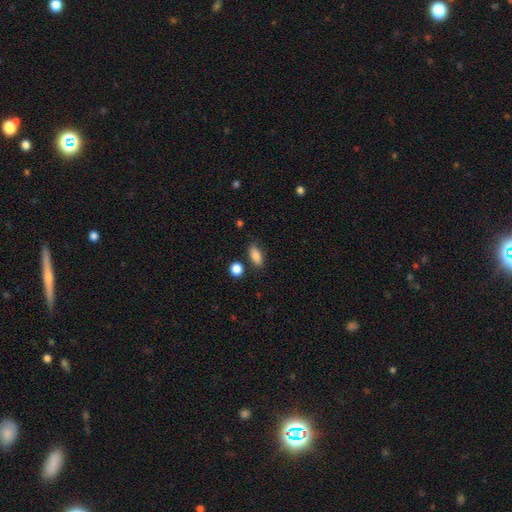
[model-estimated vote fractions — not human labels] A smooth galaxy with no disk features (85%) that is in between round and cigar-shaped (82%).

Vote fractions:
- Smooth or featured? smooth: 85% / star or artifact: 8% / featured or disk: 7%
- How rounded? in between: 82% / cigar-shaped: 11% / round: 6%
- Merging? none: 80% / minor disturbance: 12% / merger: 4% / major disturbance: 3%